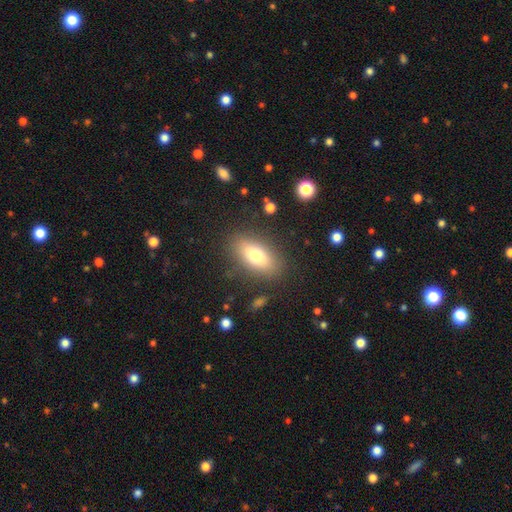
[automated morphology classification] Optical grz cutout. It shows a smooth galaxy with no disk features (73%) that is in between round and cigar-shaped (83%). Merging: none (83%).